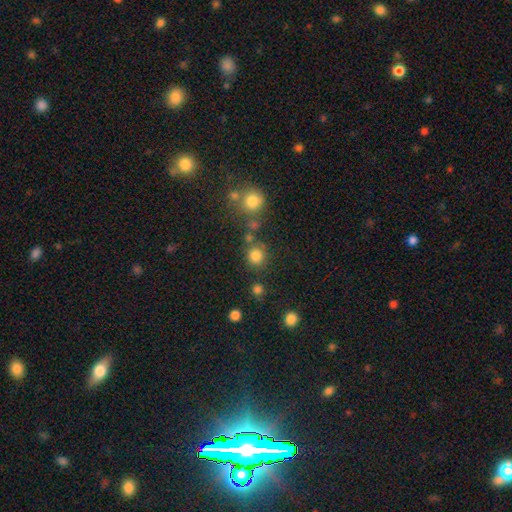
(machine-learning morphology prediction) A smooth galaxy with no disk features (81%) that is round (89%).

Vote fractions:
- Smooth or featured? smooth: 81% / star or artifact: 14% / featured or disk: 5%
- How rounded? round: 89% / in between: 10% / cigar-shaped: 1%
- Merging? none: 75% / merger: 11% / minor disturbance: 9% / major disturbance: 4%